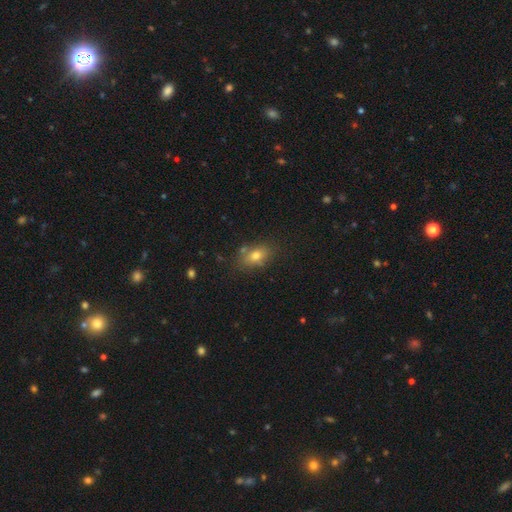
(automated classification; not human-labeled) Q: Smooth or featured?
A: smooth (75%); runner-up: featured or disk (13%)
Q: How rounded?
A: in between (77%); runner-up: round (19%)
Q: Merging?
A: none (74%); runner-up: minor disturbance (15%)